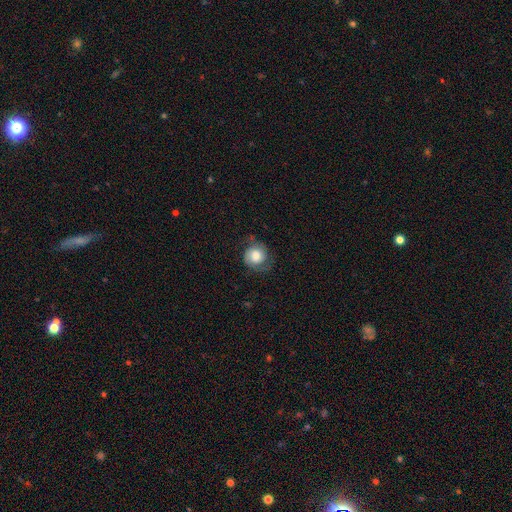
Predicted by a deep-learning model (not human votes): This appears to be a smooth galaxy with no disk features (53%) that is round (83%). Merging: none (63%).